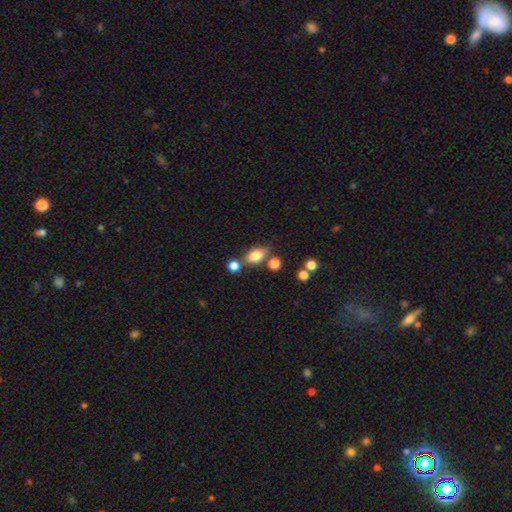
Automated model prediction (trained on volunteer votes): smooth_or_featured: smooth (p=0.79) [alt: featured or disk p=0.11]
how_rounded: in between (p=0.80) [alt: round p=0.15]
merging: none (p=0.62) [alt: merger p=0.18]